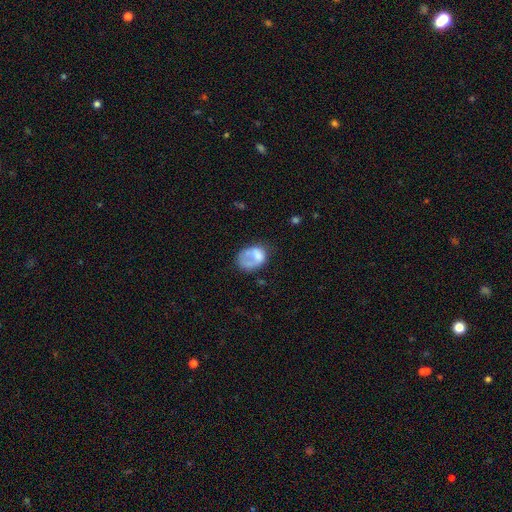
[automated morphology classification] A smooth galaxy with no disk features (63%) that is in between round and cigar-shaped (72%). Merging: none (34%).